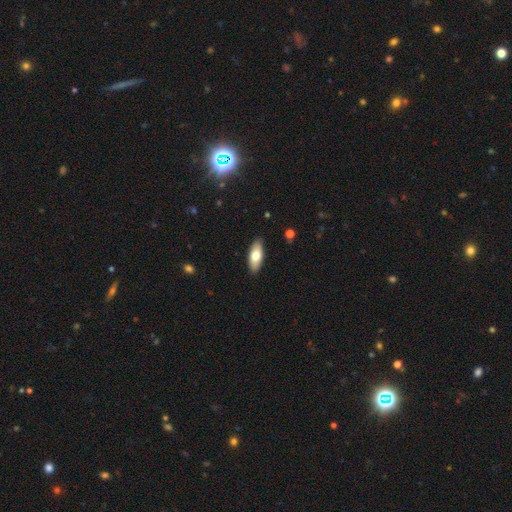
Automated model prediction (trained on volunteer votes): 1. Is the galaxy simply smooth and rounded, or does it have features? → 73% smooth, 21% featured or disk, 6% star or artifact.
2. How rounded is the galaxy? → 78% in between, 19% cigar-shaped, 2% round.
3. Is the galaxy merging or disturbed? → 89% none, 9% minor disturbance, 2% major disturbance, 1% merger.